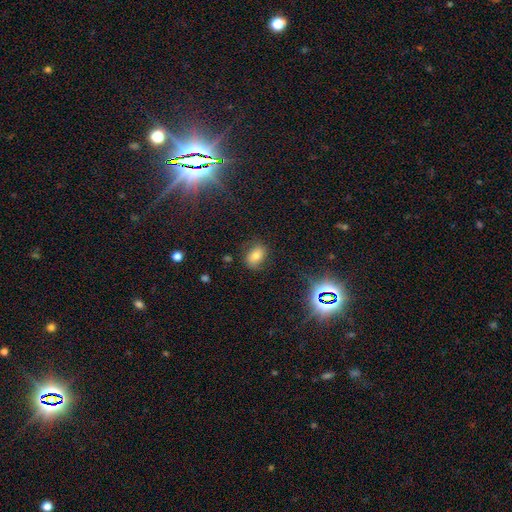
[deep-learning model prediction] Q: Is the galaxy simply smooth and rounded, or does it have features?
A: smooth — 67%.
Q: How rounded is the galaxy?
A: in between — 75%.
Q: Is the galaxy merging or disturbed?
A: none — 77%.